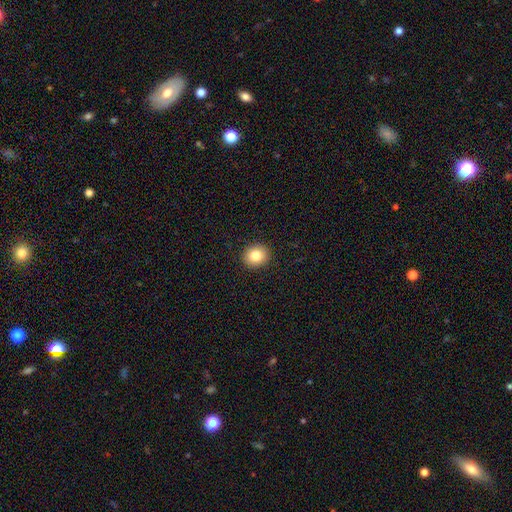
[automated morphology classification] This appears to be a smooth galaxy with no disk features (82%) that is round (82%). Merging: none (92%).